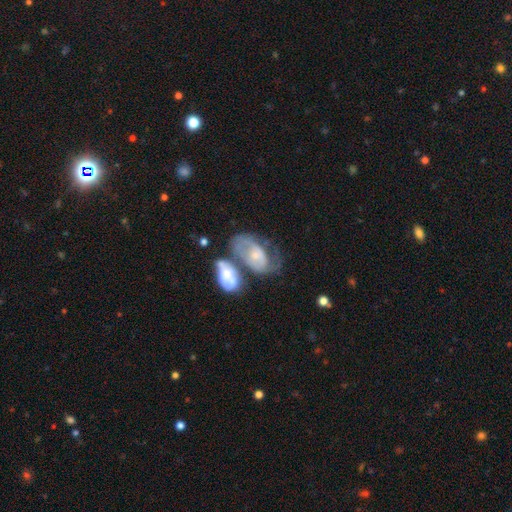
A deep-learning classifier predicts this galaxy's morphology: Smooth or featured? featured or disk (64%)
Edge-on disk? no (95%)
Bar? no (67%)
Spiral arms? yes (69%)
Bulge size? small (53%)
Merging? merger (41%)